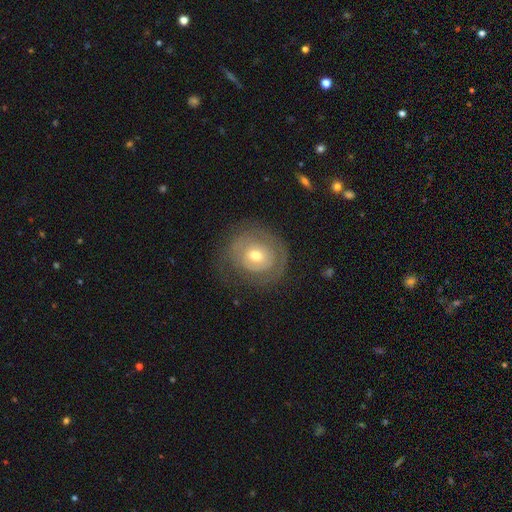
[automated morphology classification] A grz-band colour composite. It shows a featured or disk galaxy (59%) with no bar (78%), spiral arms (56%) and a moderate central bulge (56%). Merging: none (69%).